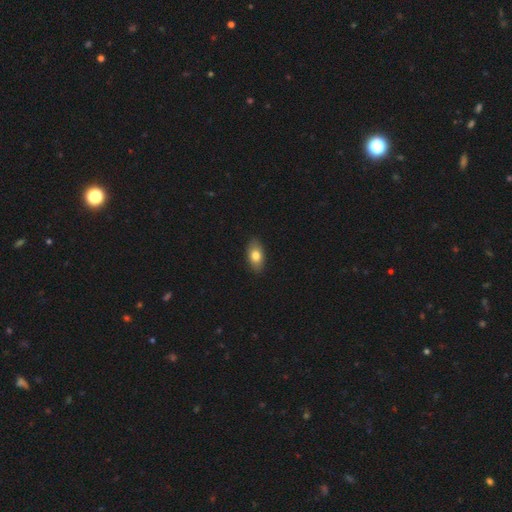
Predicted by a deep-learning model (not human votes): smooth_or_featured: smooth (p=0.79) [alt: featured or disk p=0.14]
how_rounded: in between (p=0.90) [alt: round p=0.06]
merging: none (p=0.89) [alt: minor disturbance p=0.08]